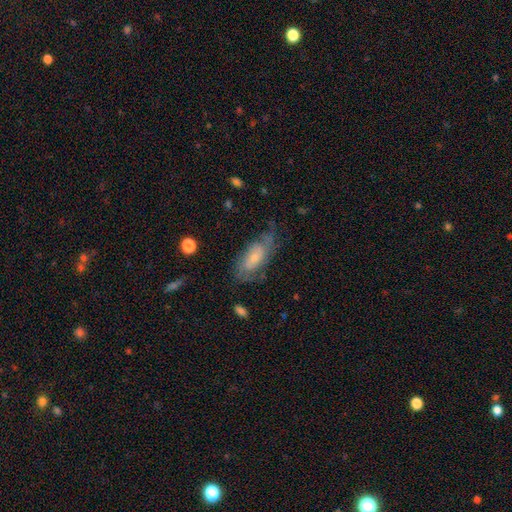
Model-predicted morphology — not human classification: The model was most divided on "smooth or featured": featured or disk: 56%, smooth: 35%, star or artifact: 9%. More confident: edge-on disk — no (88%); merging — none (59%).